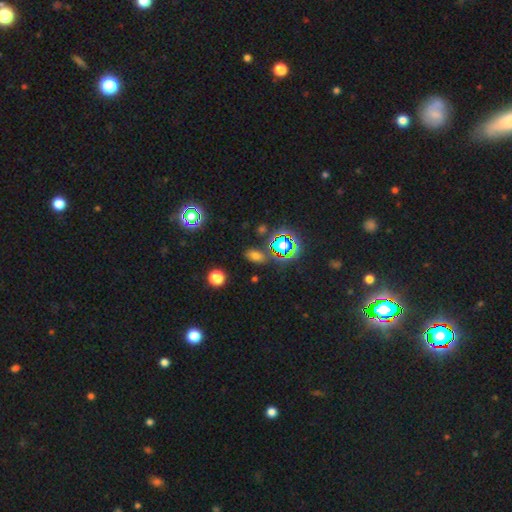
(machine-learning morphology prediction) smooth_or_featured: smooth (p=0.59) [alt: star or artifact p=0.32]
how_rounded: in between (p=0.79) [alt: round p=0.15]
merging: none (p=0.78) [alt: minor disturbance p=0.12]